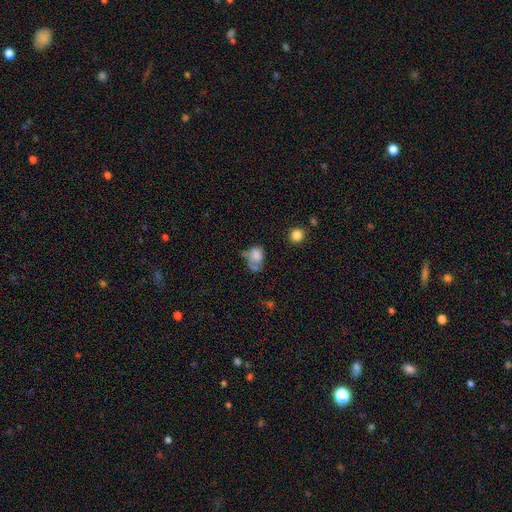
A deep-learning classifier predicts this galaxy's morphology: Overall: smooth (69%). How rounded: in between (70%). Merging: merger (28%; major disturbance 25%).